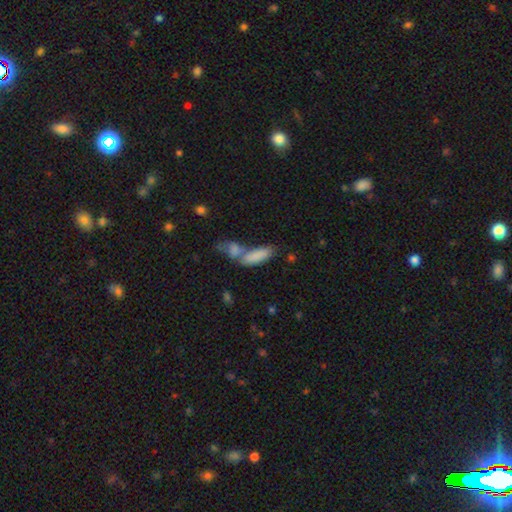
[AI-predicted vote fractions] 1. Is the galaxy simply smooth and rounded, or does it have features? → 82% smooth, 10% featured or disk, 8% star or artifact.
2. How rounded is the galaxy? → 64% in between, 33% cigar-shaped, 3% round.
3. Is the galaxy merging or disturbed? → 52% merger, 32% none, 10% minor disturbance, 6% major disturbance.